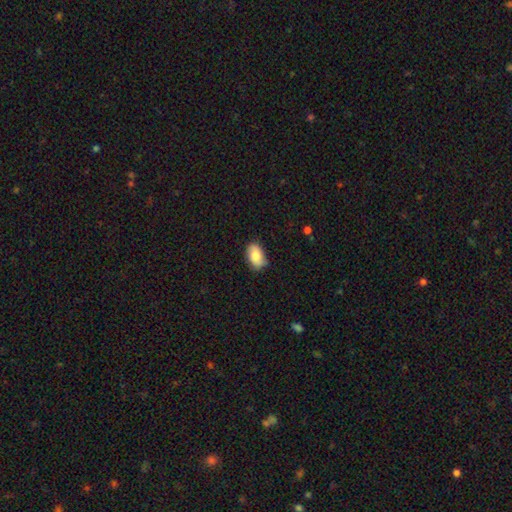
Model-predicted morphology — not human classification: This is clearly a smooth galaxy (82%). How rounded: clearly in between (91%). Merging: likely none (75%).